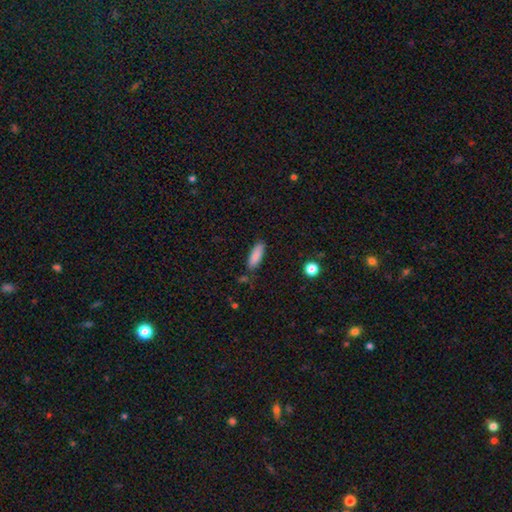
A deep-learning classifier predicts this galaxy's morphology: This is clearly a smooth galaxy (86%). How rounded: possibly in between (58%). Merging: clearly none (81%).